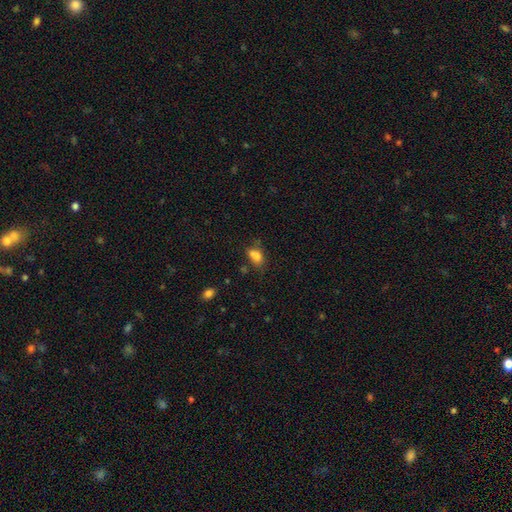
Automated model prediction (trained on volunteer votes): smooth_or_featured: smooth (p=0.78) [alt: star or artifact p=0.13]
how_rounded: in between (p=0.82) [alt: round p=0.14]
merging: none (p=0.47) [alt: minor disturbance p=0.24]